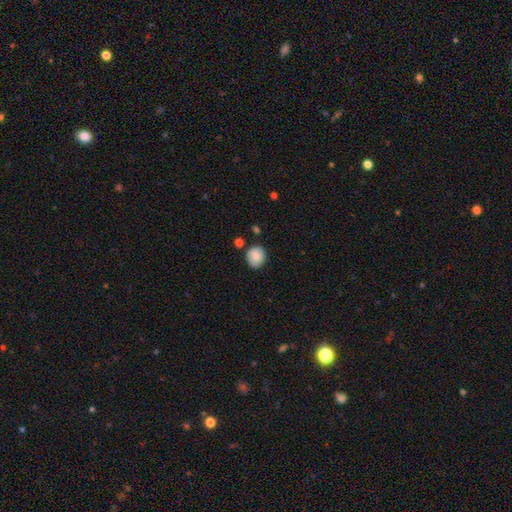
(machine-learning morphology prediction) Smooth or featured: smooth — 85% (star or artifact — 8%)
How rounded: round — 77% (in between — 22%)
Merging: none — 81% (minor disturbance — 13%)